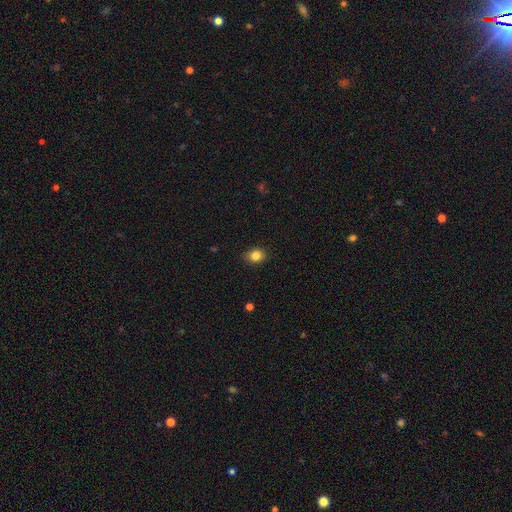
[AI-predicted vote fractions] A smooth galaxy with no disk features (84%) that is in between round and cigar-shaped (53%). Merging: none (86%).